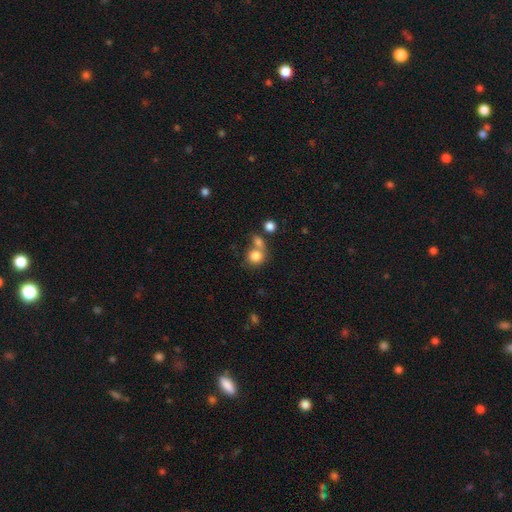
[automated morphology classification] type=smooth (81%); roundness=round (79%); merging=none (46%).